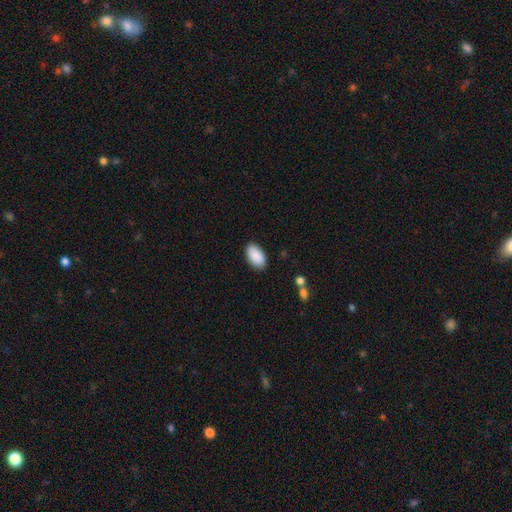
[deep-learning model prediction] A smooth galaxy with no disk features (91%) that is in between round and cigar-shaped (95%).

Vote fractions:
- Smooth or featured? smooth: 91% / star or artifact: 6% / featured or disk: 3%
- How rounded? in between: 95% / round: 3% / cigar-shaped: 2%
- Merging? none: 86% / minor disturbance: 11% / major disturbance: 2% / merger: 1%